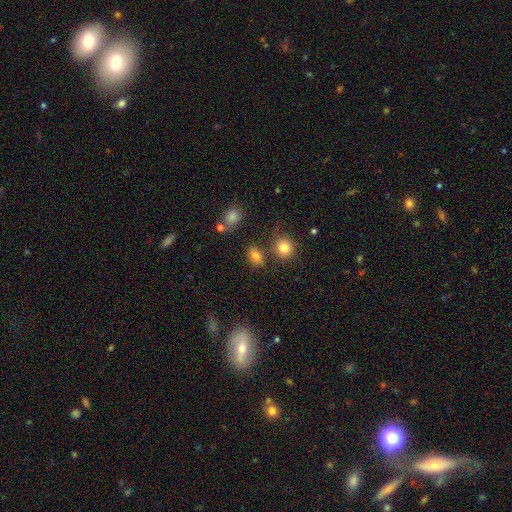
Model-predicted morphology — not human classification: Overall: smooth (80%). How rounded: in between (75%). Merging: none (71%).